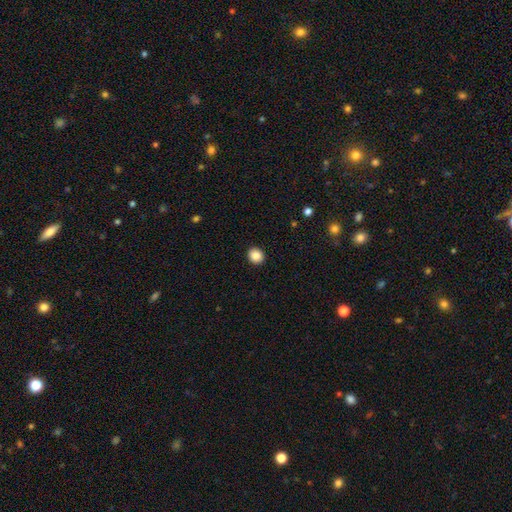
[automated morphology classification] smooth-or-featured: smooth: 87% | star or artifact: 9% | featured or disk: 4%
  how-rounded: round: 81% | in between: 18% | cigar-shaped: 1%
  merging: none: 93% | minor disturbance: 5% | major disturbance: 2% | merger: 1%